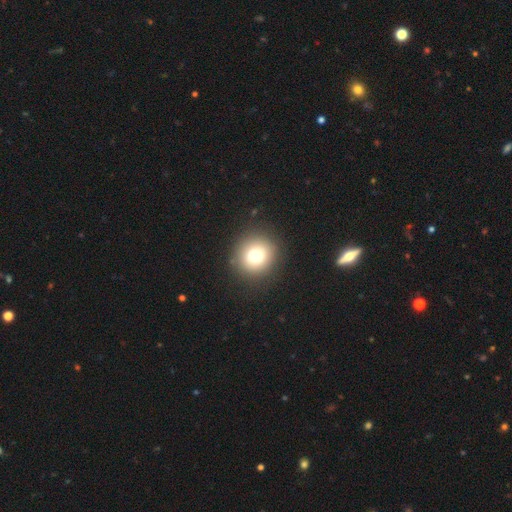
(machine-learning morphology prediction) Overall: smooth (76%). How rounded: round (90%). Merging: none (90%).